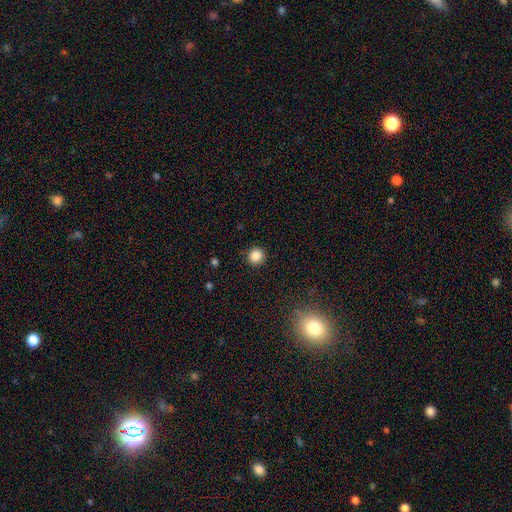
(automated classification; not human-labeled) A smooth galaxy with no disk features (86%) that is round (89%). Merging: none (90%).